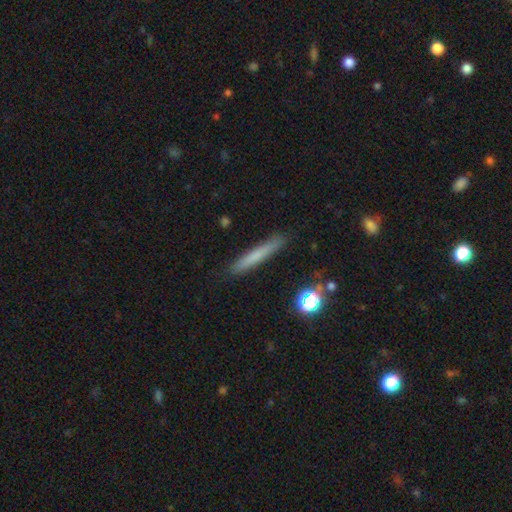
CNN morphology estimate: This appears to be a smooth galaxy with no disk features (68%) that is cigar-shaped (95%). Merging: none (89%).